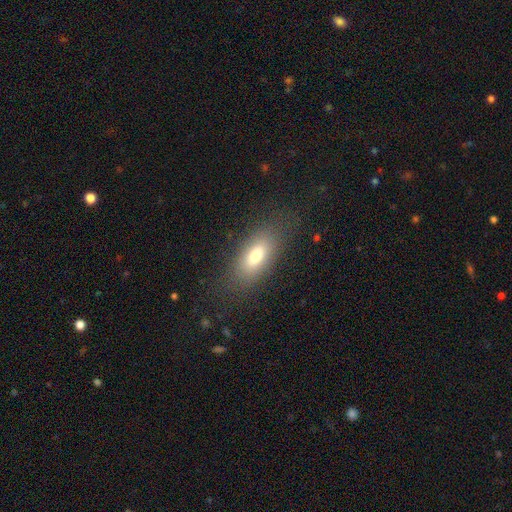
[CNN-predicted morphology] A smooth galaxy with no disk features (73%) that is in between round and cigar-shaped (84%).

Vote fractions:
- Smooth or featured? smooth: 73% / featured or disk: 17% / star or artifact: 10%
- How rounded? in between: 84% / cigar-shaped: 10% / round: 6%
- Merging? none: 79% / minor disturbance: 12% / major disturbance: 7% / merger: 1%